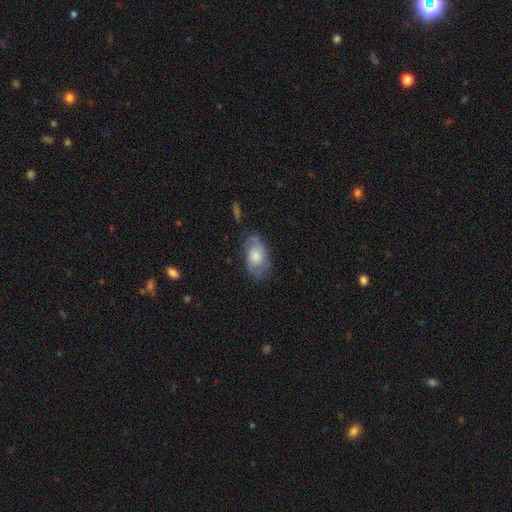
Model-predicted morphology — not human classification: A smooth galaxy with no disk features (49%). Merging: none (61%).